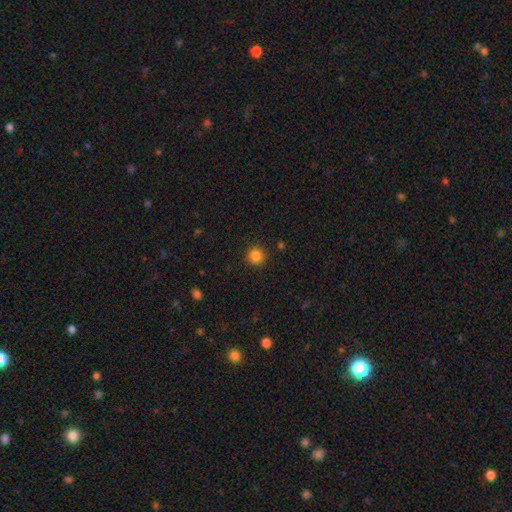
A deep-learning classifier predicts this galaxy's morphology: The model was most divided on "smooth or featured": smooth: 85%, star or artifact: 12%, featured or disk: 3%. More confident: how rounded — round (95%); merging — none (92%).